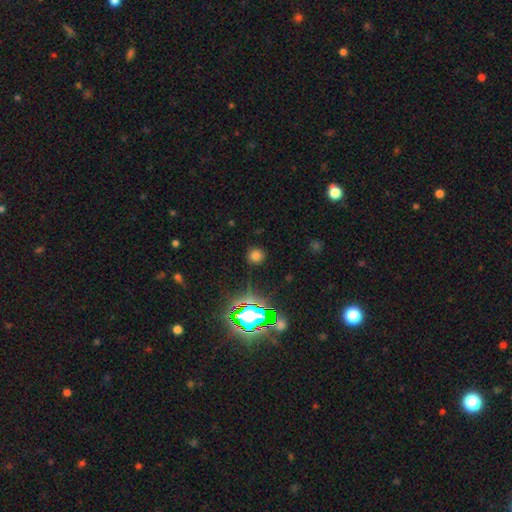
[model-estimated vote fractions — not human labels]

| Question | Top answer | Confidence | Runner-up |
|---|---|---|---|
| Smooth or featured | smooth | 68% | star or artifact (25%) |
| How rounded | round | 91% | in between (7%) |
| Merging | none | 87% | minor disturbance (8%) |